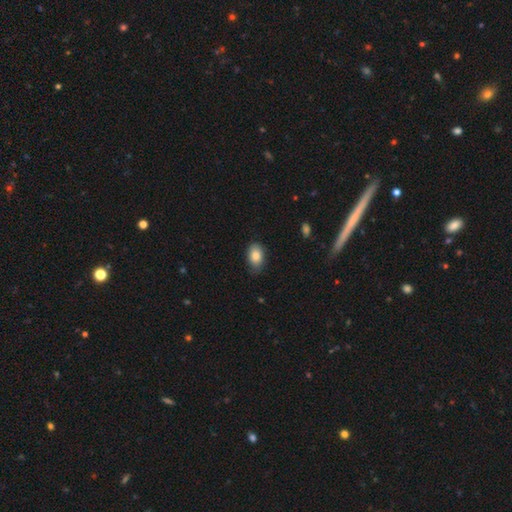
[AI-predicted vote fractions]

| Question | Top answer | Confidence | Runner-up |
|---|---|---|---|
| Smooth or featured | smooth | 85% | featured or disk (8%) |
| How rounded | in between | 87% | round (12%) |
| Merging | none | 72% | minor disturbance (23%) |